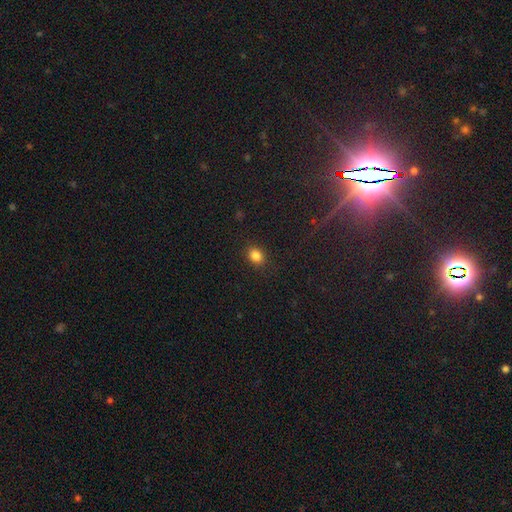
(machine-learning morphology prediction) This is clearly a smooth galaxy (85%). How rounded: possibly in between (59%). Merging: clearly none (88%).